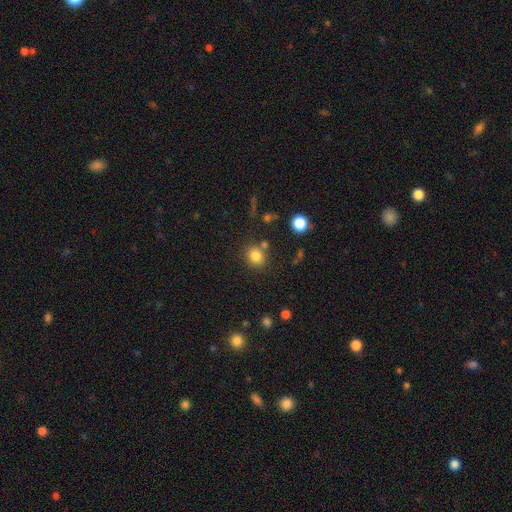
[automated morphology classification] smooth_or_featured: smooth (p=0.82) [alt: star or artifact p=0.12]
how_rounded: round (p=0.76) [alt: in between p=0.23]
merging: none (p=0.74) [alt: merger p=0.11]